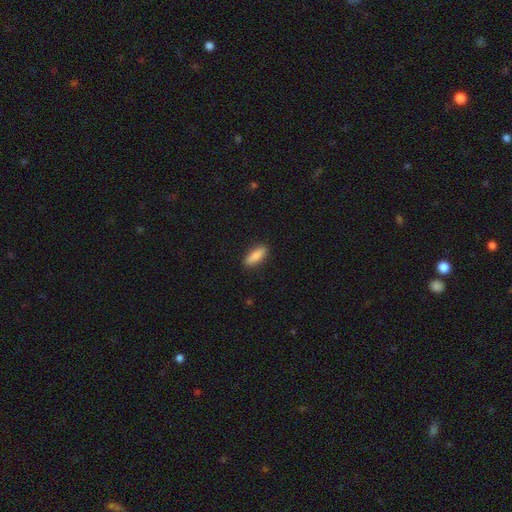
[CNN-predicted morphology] Smooth or featured? smooth (85%)
How rounded? in between (55%)
Merging? none (89%)